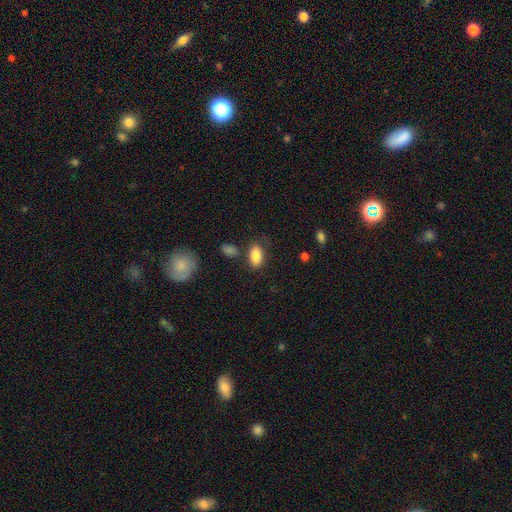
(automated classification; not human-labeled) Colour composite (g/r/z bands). It shows a smooth galaxy with no disk features (87%) that is in between round and cigar-shaped (92%). Merging: none (73%).